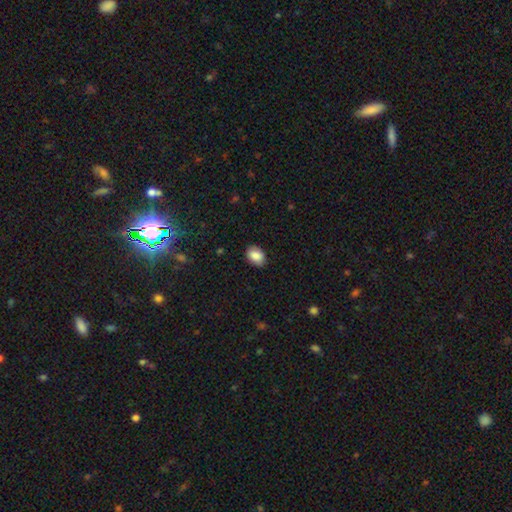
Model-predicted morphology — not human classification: The model was most divided on "how rounded": in between: 81%, round: 18%, cigar-shaped: 1%. More confident: smooth or featured — smooth (88%); merging — none (88%).